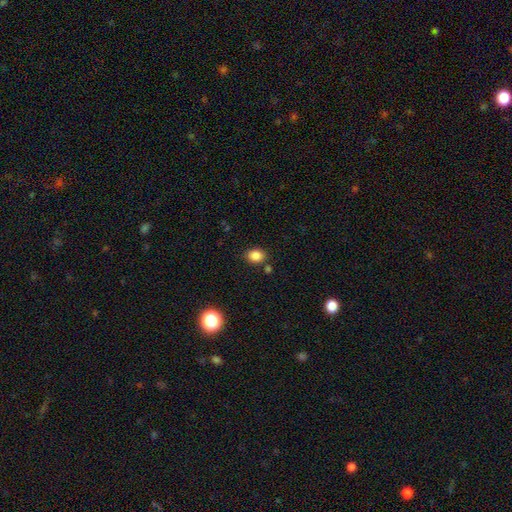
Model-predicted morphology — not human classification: smooth-or-featured: smooth: 85% | star or artifact: 11% | featured or disk: 4%
  how-rounded: in between: 55% | round: 44% | cigar-shaped: 1%
  merging: none: 80% | minor disturbance: 11% | merger: 6% | major disturbance: 3%